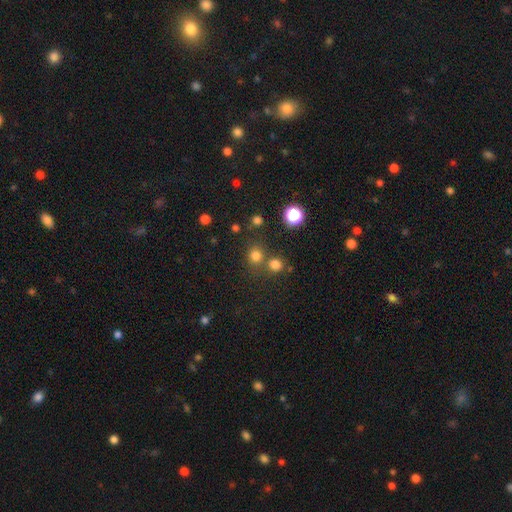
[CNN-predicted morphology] smooth-or-featured: smooth: 74% | star or artifact: 20% | featured or disk: 6%
  how-rounded: round: 85% | in between: 14% | cigar-shaped: 1%
  merging: none: 68% | merger: 21% | minor disturbance: 8% | major disturbance: 4%